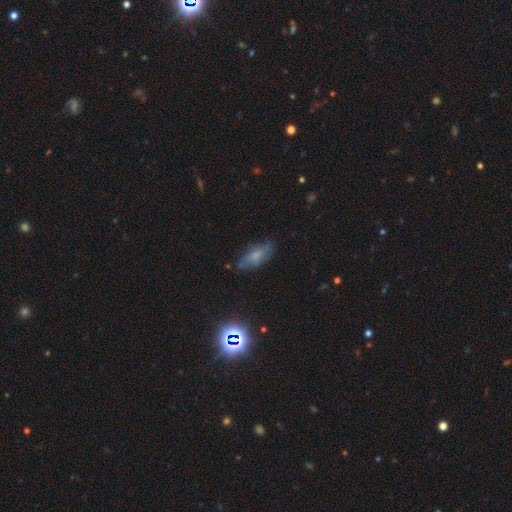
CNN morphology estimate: smooth-or-featured: smooth: 55% | featured or disk: 30% | star or artifact: 15%
  how-rounded: in between: 68% | cigar-shaped: 28% | round: 4%
  merging: none: 69% | minor disturbance: 22% | major disturbance: 7% | merger: 2%